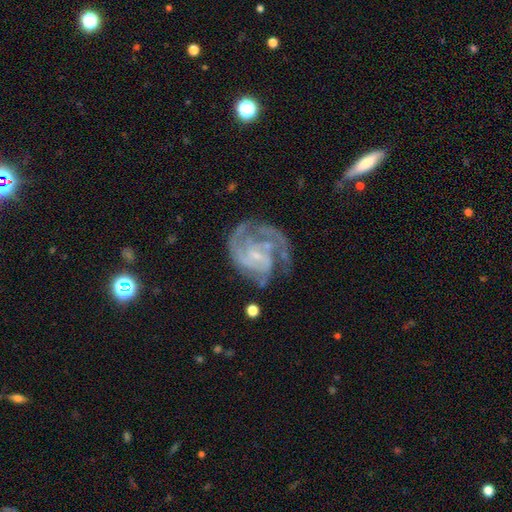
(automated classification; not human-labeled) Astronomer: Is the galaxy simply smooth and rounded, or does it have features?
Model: featured or disk — 88%.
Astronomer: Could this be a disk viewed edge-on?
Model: no — 98%.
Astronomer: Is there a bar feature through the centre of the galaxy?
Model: no — 46% (runner-up: weak, 44%).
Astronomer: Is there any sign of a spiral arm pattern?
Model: yes — 95%.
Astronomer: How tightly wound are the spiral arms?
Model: tight — 51% (runner-up: medium, 40%).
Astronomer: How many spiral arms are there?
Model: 2 — 32% (runner-up: 3, 27%).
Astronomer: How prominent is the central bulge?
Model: small — 70%.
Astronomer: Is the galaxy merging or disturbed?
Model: none — 50%.